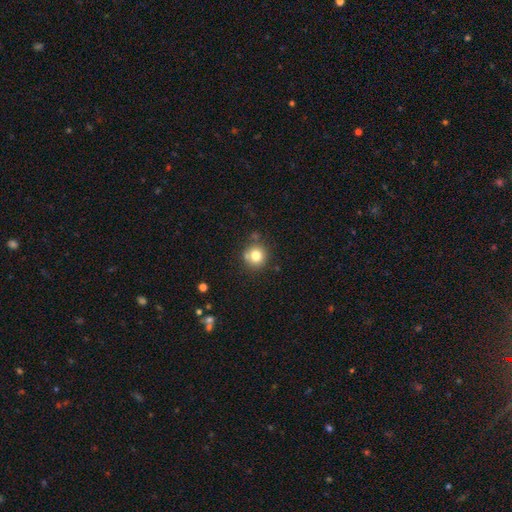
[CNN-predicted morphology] A smooth galaxy with no disk features (78%) that is round (90%). Merging: none (74%).